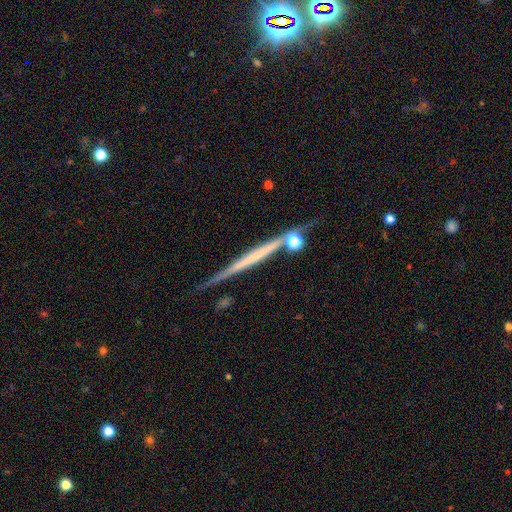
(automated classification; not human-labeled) This is likely a featured or disk galaxy (63%). It is clearly viewed edge-on (97%). Edge-on bulge: clearly none (82%). Merging: likely none (75%).